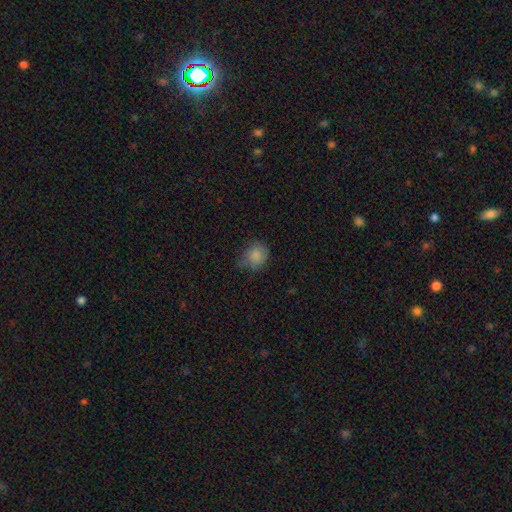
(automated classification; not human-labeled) This is likely a smooth galaxy (80%). How rounded: likely round (67%). Merging: possibly none (56%).